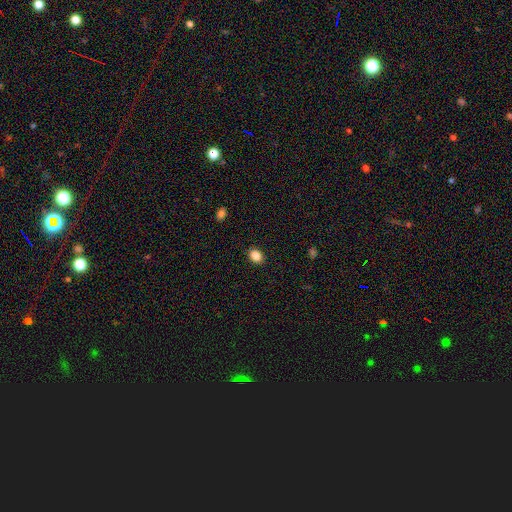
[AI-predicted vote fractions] smooth-or-featured: smooth: 86% | star or artifact: 9% | featured or disk: 4%
  how-rounded: in between: 67% | round: 32% | cigar-shaped: 1%
  merging: none: 89% | minor disturbance: 8% | major disturbance: 2% | merger: 1%